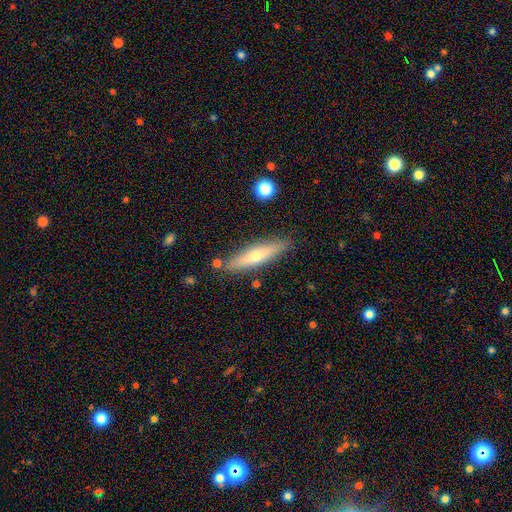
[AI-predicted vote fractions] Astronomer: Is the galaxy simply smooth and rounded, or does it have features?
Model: smooth — 50% (runner-up: featured or disk, 44%).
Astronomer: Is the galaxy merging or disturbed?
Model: none — 85%.